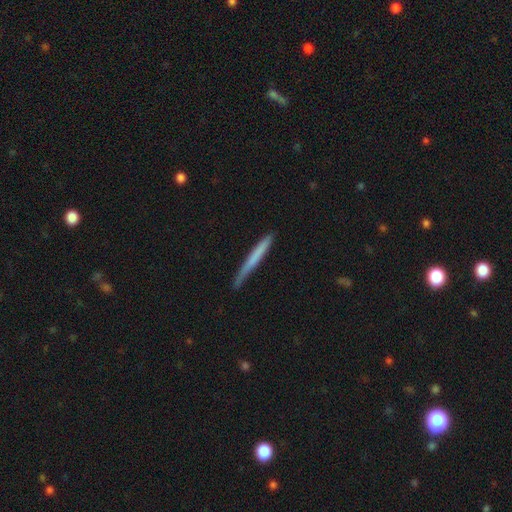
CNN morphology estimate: Smooth or featured?
  - smooth: 60% *
  - featured or disk: 34%
  - star or artifact: 6%
How rounded?
  - cigar-shaped: 97% *
  - in between: 2%
  - round: 1%
Merging?
  - none: 81% *
  - minor disturbance: 15%
  - major disturbance: 2%
  - merger: 2%